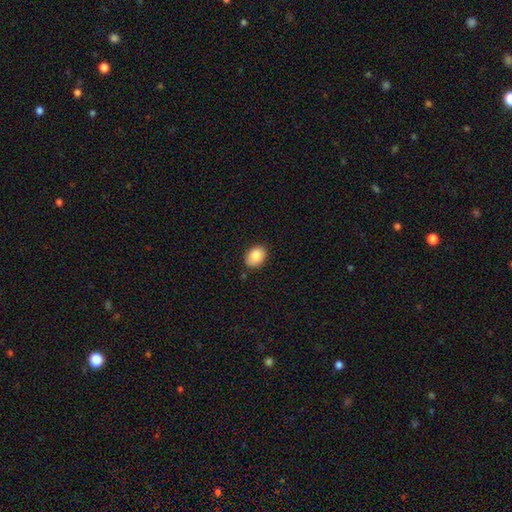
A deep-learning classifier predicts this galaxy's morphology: Overall: smooth (86%). How rounded: in between (76%). Merging: none (85%).